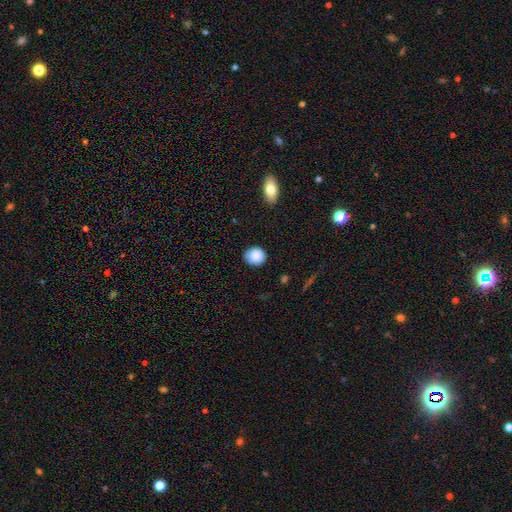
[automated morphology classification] smooth_or_featured: smooth (p=0.88) [alt: star or artifact p=0.08]
how_rounded: round (p=0.80) [alt: in between p=0.19]
merging: none (p=0.81) [alt: minor disturbance p=0.15]